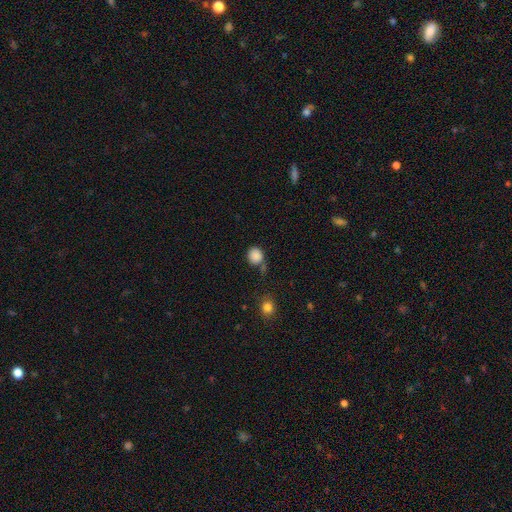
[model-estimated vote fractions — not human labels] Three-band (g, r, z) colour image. It shows a smooth galaxy with no disk features (87%) that is round (81%). Merging: none (69%).